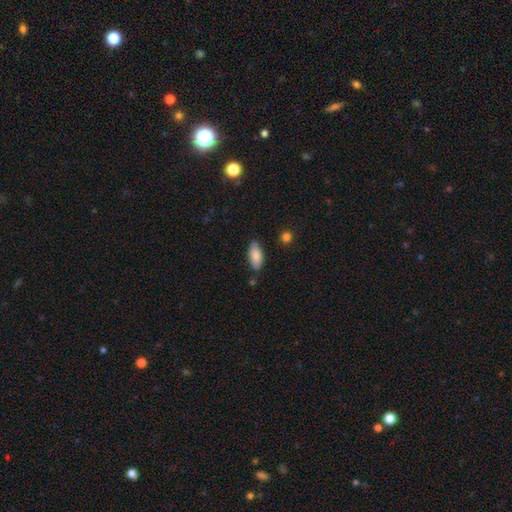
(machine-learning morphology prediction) Smooth or featured?
  - smooth: 82% *
  - featured or disk: 11%
  - star or artifact: 7%
How rounded?
  - in between: 86% *
  - cigar-shaped: 12%
  - round: 2%
Merging?
  - none: 78% *
  - minor disturbance: 16%
  - merger: 3%
  - major disturbance: 3%